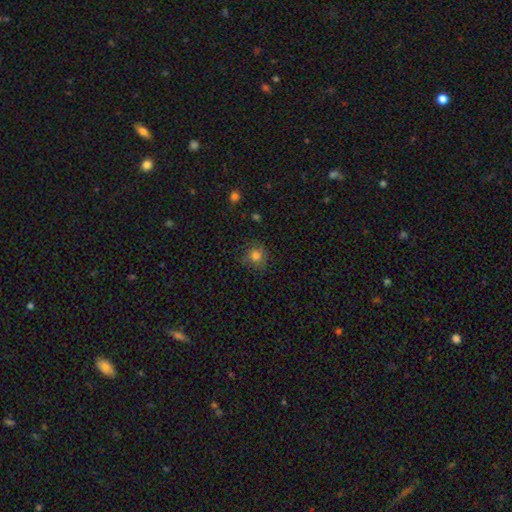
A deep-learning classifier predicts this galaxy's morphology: Q: Smooth or featured?
A: smooth (81%); runner-up: star or artifact (13%)
Q: How rounded?
A: round (89%); runner-up: in between (10%)
Q: Merging?
A: none (80%); runner-up: minor disturbance (14%)